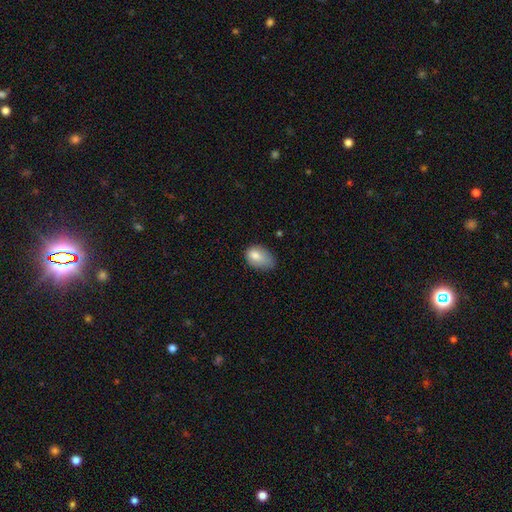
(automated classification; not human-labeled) This appears to be a smooth galaxy with no disk features (81%) that is in between round and cigar-shaped (84%). Merging: minor disturbance (47%).